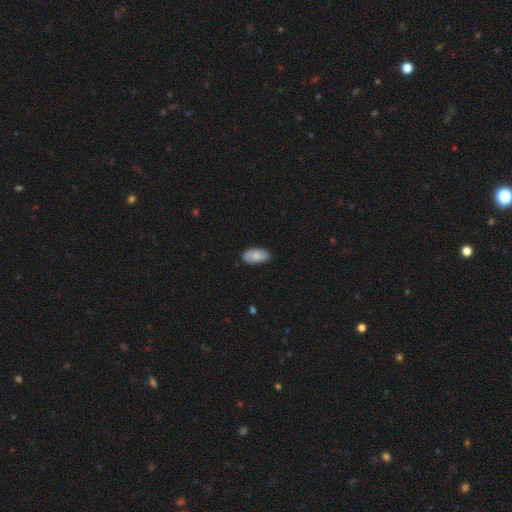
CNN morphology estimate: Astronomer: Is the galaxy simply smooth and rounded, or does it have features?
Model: smooth — 82%.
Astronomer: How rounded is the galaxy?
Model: in between — 95%.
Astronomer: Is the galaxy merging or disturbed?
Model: none — 84%.